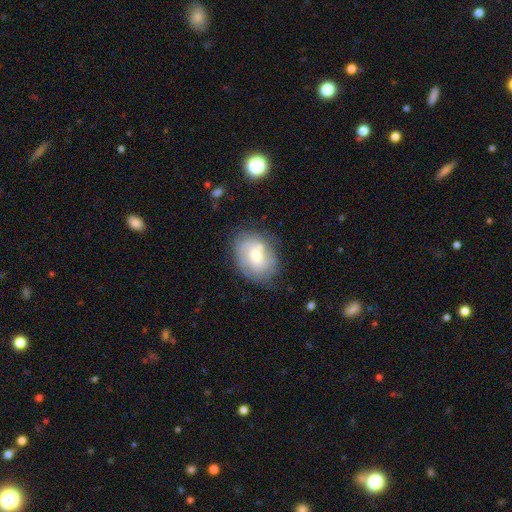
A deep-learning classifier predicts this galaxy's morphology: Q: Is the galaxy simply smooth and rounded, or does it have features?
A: featured or disk — 55%.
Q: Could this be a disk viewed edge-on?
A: no — 95%.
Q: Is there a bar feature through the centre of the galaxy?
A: no — 63%.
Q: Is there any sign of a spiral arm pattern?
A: yes — 70%.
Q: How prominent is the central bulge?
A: moderate — 56%.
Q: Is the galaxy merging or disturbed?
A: none — 69%.